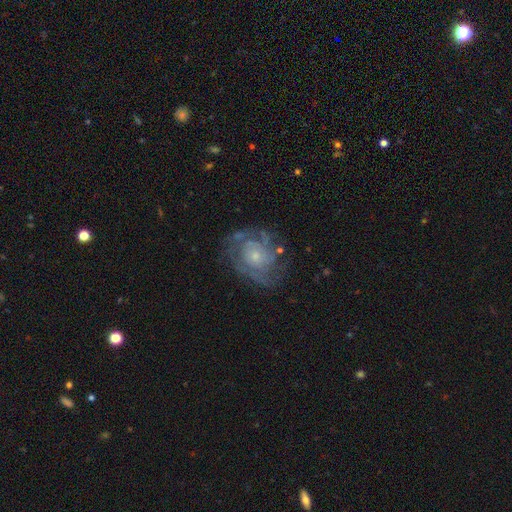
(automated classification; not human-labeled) featured or disk 80%, smooth 13%, star or artifact 7%. Down the decision tree: edge-on disk — no (98%); bar — no (80%); spiral arms — yes (88%); spiral arm count — can't tell (35%); spiral winding — tight (56%); bulge size — small (64%); merging — none (70%).